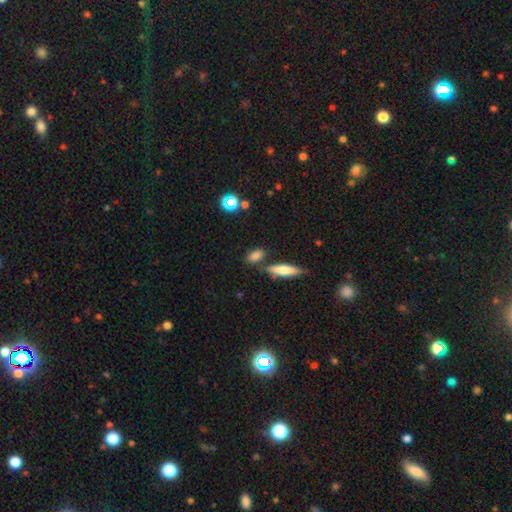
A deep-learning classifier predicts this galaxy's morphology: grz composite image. It shows a smooth galaxy with no disk features (78%) that is in between round and cigar-shaped (73%). Merging: none (69%).